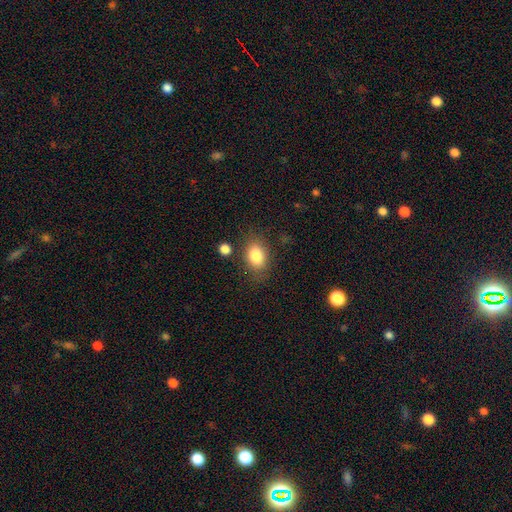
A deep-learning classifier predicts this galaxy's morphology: type=smooth (84%); roundness=in between (76%); merging=none (78%).